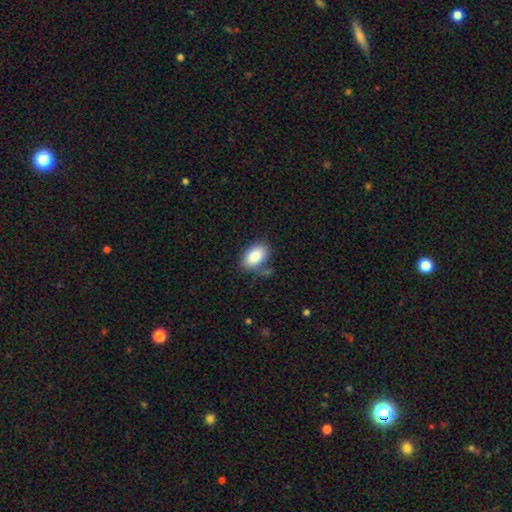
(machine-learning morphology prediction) smooth_or_featured: smooth (p=0.83) [alt: featured or disk p=0.10]
how_rounded: in between (p=0.92) [alt: round p=0.07]
merging: none (p=0.72) [alt: minor disturbance p=0.17]